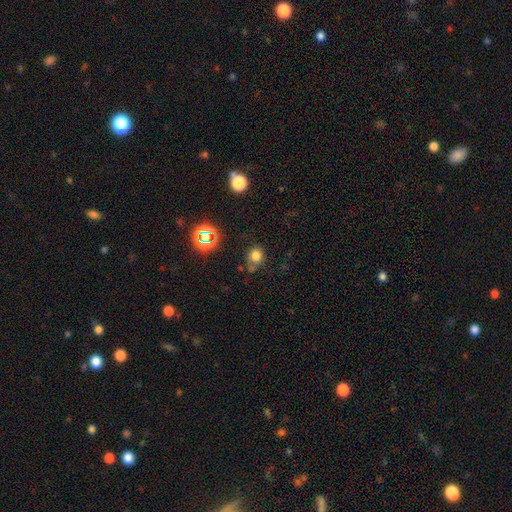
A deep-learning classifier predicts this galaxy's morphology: This appears to be a smooth galaxy with no disk features (75%) that is round (82%). Merging: none (69%).